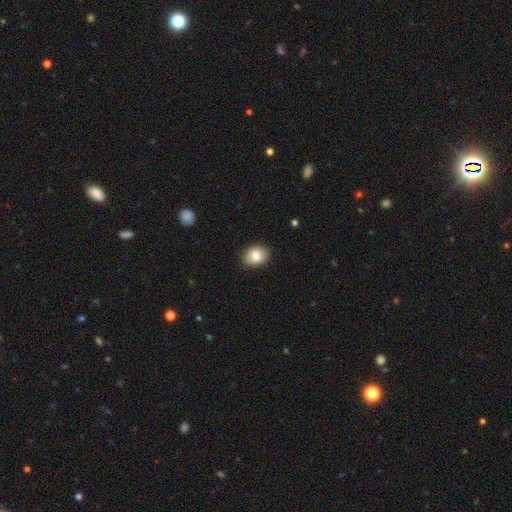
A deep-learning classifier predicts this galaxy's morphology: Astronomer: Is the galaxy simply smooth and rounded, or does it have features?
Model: smooth — 81%.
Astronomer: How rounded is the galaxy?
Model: in between — 58% (runner-up: round, 41%).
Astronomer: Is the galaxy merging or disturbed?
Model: none — 86%.